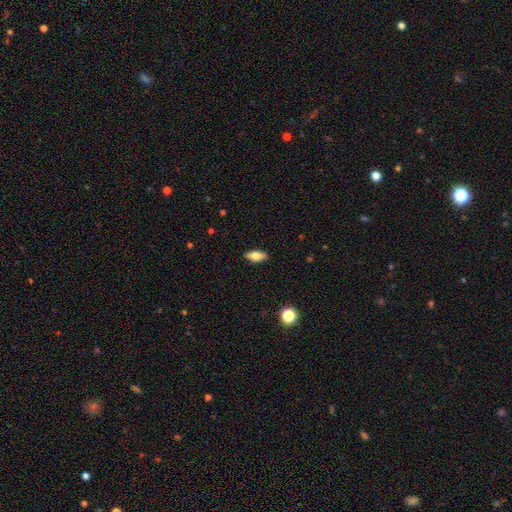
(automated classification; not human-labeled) The model was most divided on "smooth or featured": smooth: 69%, featured or disk: 24%, star or artifact: 7%. More confident: merging — none (89%); how rounded — in between (78%).